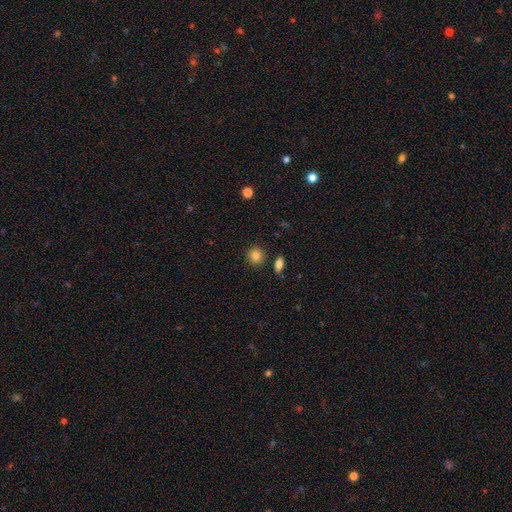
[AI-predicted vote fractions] A smooth galaxy with no disk features (84%) that is round (85%). Merging: none (86%).